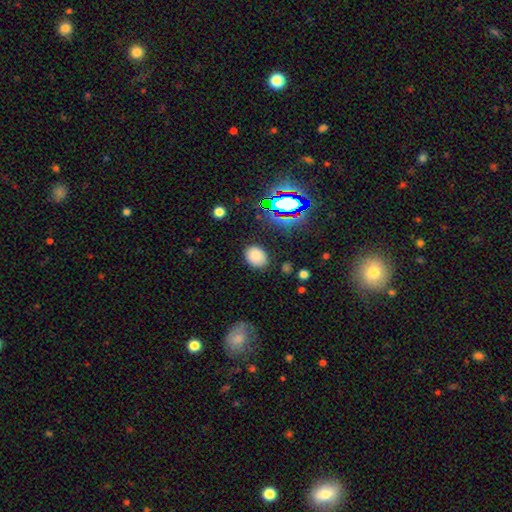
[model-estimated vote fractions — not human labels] A smooth galaxy with no disk features (77%) that is in between round and cigar-shaped (64%). Merging: none (84%).